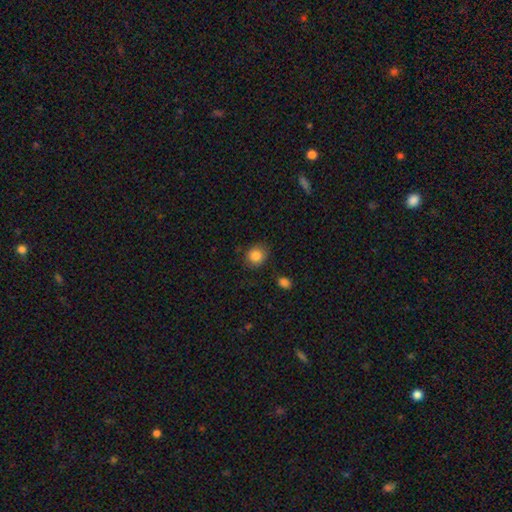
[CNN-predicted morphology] A smooth galaxy with no disk features (86%) that is round (82%).

Vote fractions:
- Smooth or featured? smooth: 86% / star or artifact: 9% / featured or disk: 5%
- How rounded? round: 82% / in between: 17% / cigar-shaped: 1%
- Merging? none: 82% / minor disturbance: 12% / major disturbance: 3% / merger: 2%